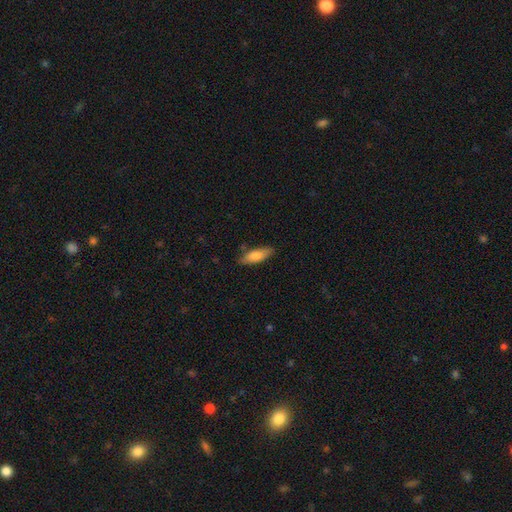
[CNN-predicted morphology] A smooth galaxy with no disk features (80%) that is in between round and cigar-shaped (58%). Merging: none (81%).